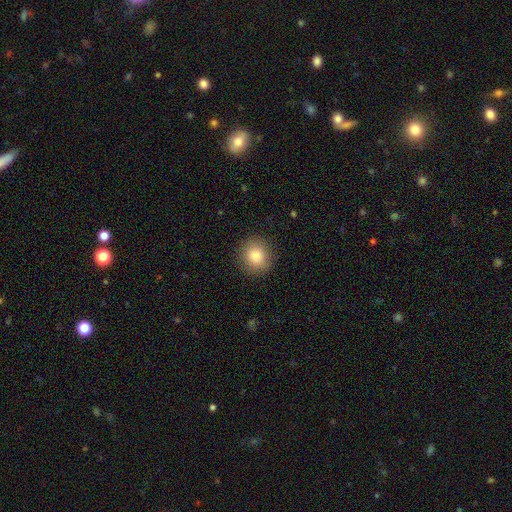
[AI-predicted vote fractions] This appears to be a smooth galaxy with no disk features (85%) that is round (85%). Merging: none (89%).